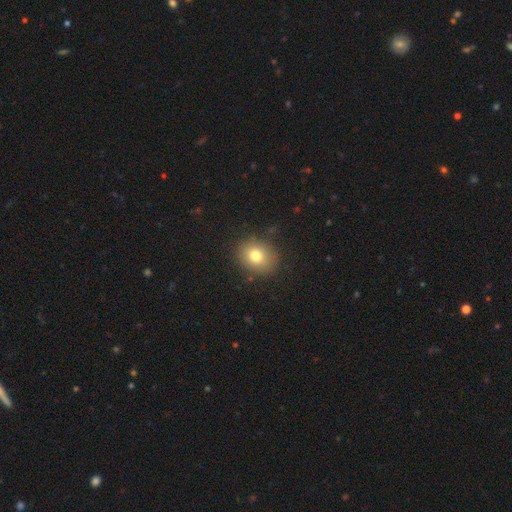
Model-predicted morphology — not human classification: Q: Smooth or featured?
A: smooth (77%); runner-up: star or artifact (12%)
Q: How rounded?
A: round (67%); runner-up: in between (32%)
Q: Merging?
A: none (84%); runner-up: minor disturbance (11%)